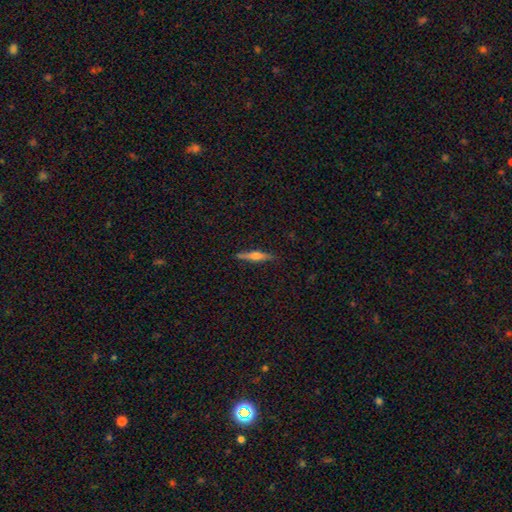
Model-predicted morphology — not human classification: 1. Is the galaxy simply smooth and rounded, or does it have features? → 54% featured or disk, 40% smooth, 6% star or artifact.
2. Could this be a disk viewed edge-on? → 96% yes, 4% no.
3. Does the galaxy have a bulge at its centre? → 88% rounded, 6% boxy, 5% none.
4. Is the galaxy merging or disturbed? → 89% none, 8% minor disturbance, 2% major disturbance, 1% merger.